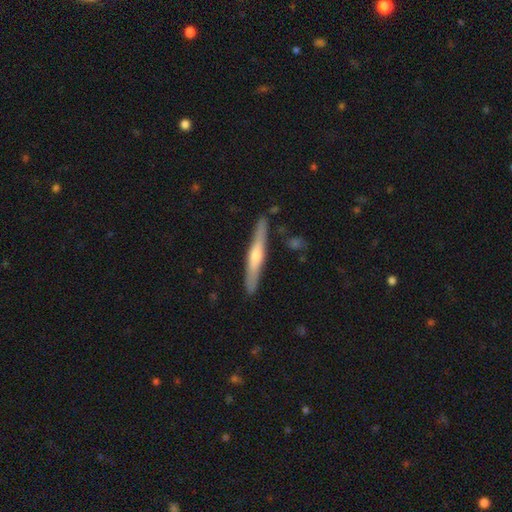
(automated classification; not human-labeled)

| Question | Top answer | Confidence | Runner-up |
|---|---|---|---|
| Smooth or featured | featured or disk | 62% | smooth (32%) |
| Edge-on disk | yes | 95% | no (5%) |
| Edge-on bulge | rounded | 78% | none (17%) |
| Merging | none | 88% | minor disturbance (9%) |